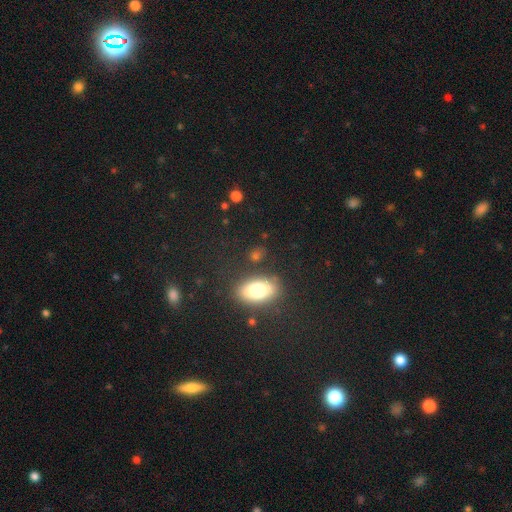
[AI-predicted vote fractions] Smooth or featured?
  - smooth: 77% *
  - featured or disk: 12%
  - star or artifact: 11%
How rounded?
  - in between: 82% *
  - round: 12%
  - cigar-shaped: 6%
Merging?
  - none: 81% *
  - minor disturbance: 12%
  - major disturbance: 4%
  - merger: 4%